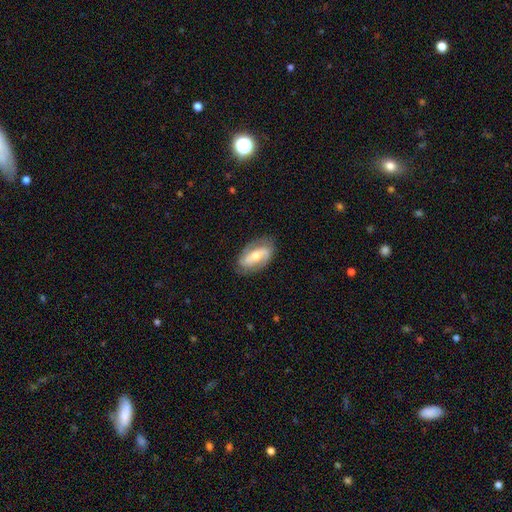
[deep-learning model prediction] The model was most divided on "bar": weak: 35%, strong: 33%, no: 32%. Remaining: edge-on disk — no (94%); spiral arms — yes (87%); spiral arm count — 2 (85%); merging — none (80%); smooth or featured — featured or disk (72%); bulge size — moderate (61%); spiral winding — medium (42%).